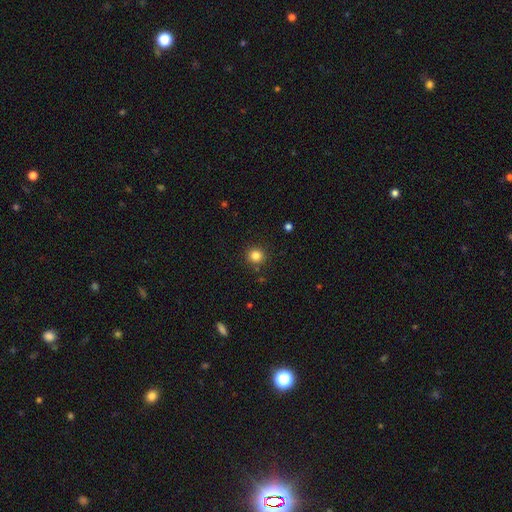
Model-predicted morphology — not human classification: Smooth or featured: smooth — 83% (star or artifact — 12%)
How rounded: round — 92% (in between — 7%)
Merging: none — 89% (minor disturbance — 6%)